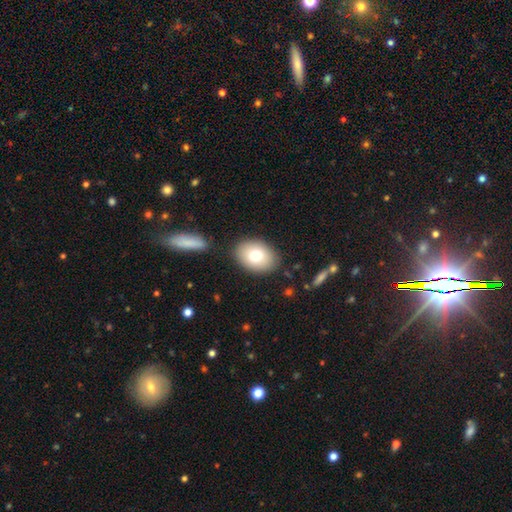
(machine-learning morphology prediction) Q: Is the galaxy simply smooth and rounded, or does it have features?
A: smooth — 76%.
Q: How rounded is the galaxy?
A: in between — 73%.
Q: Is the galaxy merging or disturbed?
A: none — 84%.